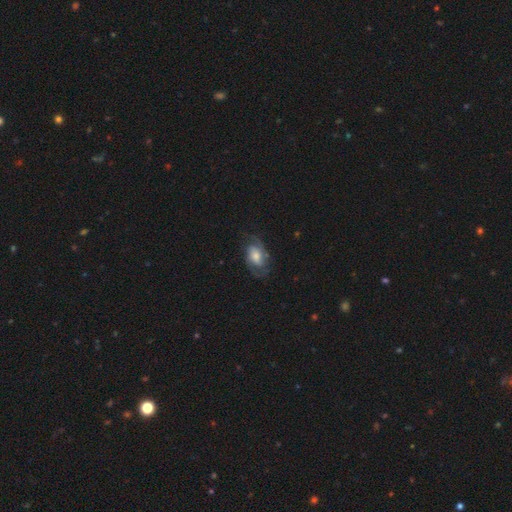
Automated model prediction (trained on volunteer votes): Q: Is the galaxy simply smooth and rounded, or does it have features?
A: featured or disk — 69%.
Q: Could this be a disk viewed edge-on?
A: no — 96%.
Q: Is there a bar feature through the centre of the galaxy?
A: no — 56%.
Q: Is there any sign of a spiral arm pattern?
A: yes — 89%.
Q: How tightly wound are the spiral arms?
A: medium — 44%.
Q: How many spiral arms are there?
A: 2 — 62%.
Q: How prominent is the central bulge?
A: moderate — 48%.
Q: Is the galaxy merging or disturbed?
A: none — 67%.